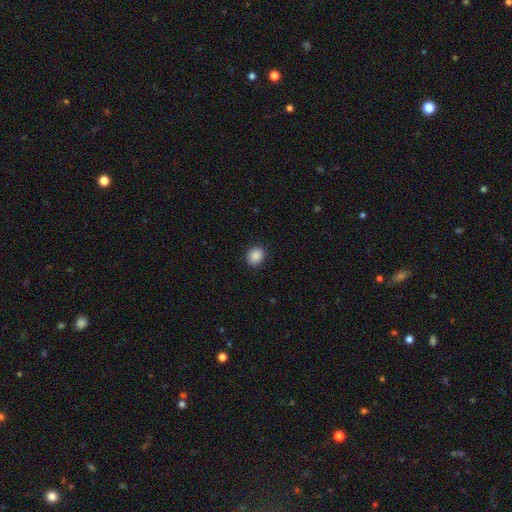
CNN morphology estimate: A smooth galaxy with no disk features (88%) that is round (63%).

Vote fractions:
- Smooth or featured? smooth: 88% / star or artifact: 9% / featured or disk: 3%
- How rounded? round: 63% / in between: 36% / cigar-shaped: 1%
- Merging? none: 88% / minor disturbance: 9% / major disturbance: 2% / merger: 1%